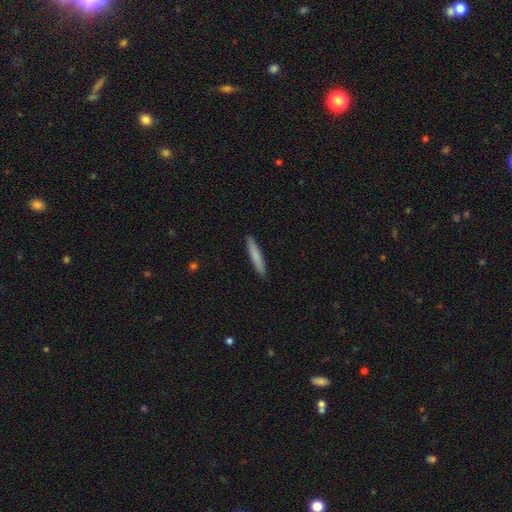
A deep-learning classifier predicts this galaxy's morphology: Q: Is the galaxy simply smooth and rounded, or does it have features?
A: smooth — 79%.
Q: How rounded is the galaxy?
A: cigar-shaped — 93%.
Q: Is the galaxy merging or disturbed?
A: none — 92%.